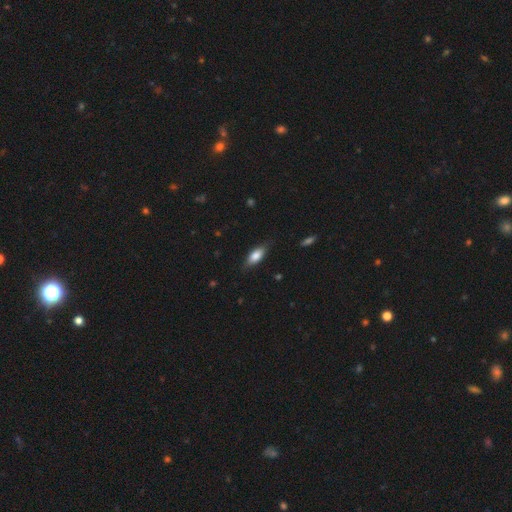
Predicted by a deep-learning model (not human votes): The model was most divided on "how rounded": in between: 80%, cigar-shaped: 18%, round: 3%. More confident: merging — none (79%); smooth or featured — smooth (78%).